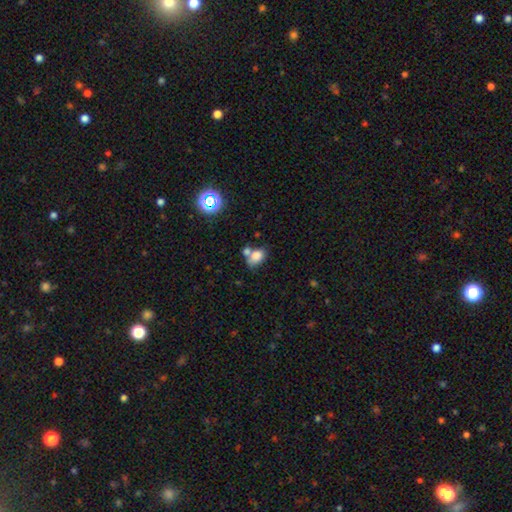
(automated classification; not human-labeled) A smooth galaxy with no disk features (79%) that is in between round and cigar-shaped (81%). Merging: merger (40%, tied with none).